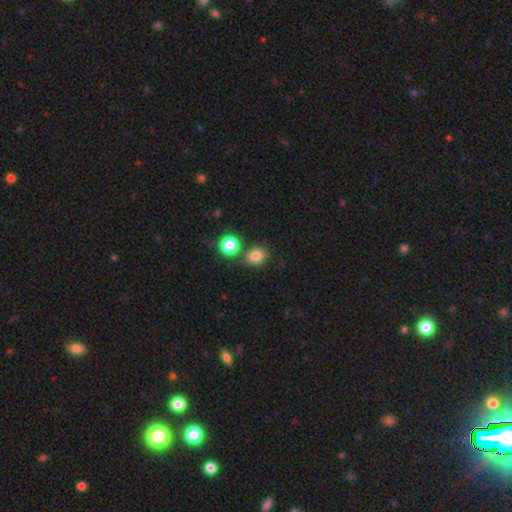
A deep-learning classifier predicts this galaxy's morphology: This is clearly a smooth galaxy (82%). How rounded: likely round (67%). Merging: likely none (73%).